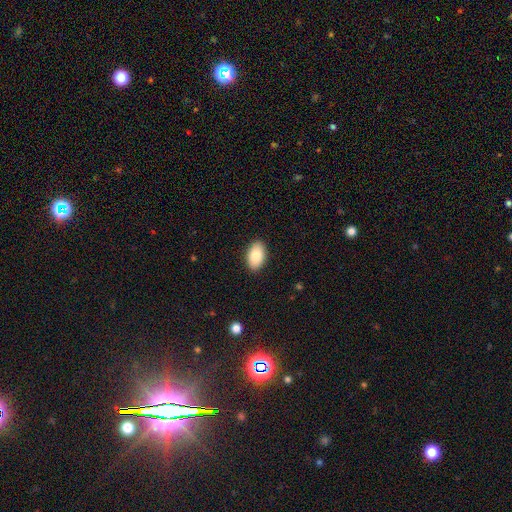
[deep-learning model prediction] This is clearly a smooth galaxy (85%). How rounded: clearly in between (93%). Merging: clearly none (89%).